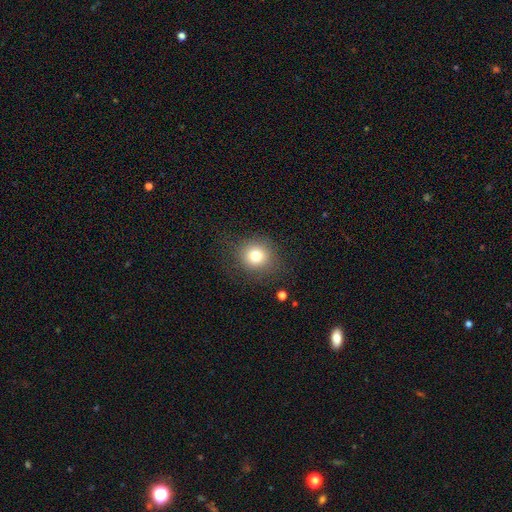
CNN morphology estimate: This is likely a smooth galaxy (78%). How rounded: clearly round (87%). Merging: clearly none (82%).